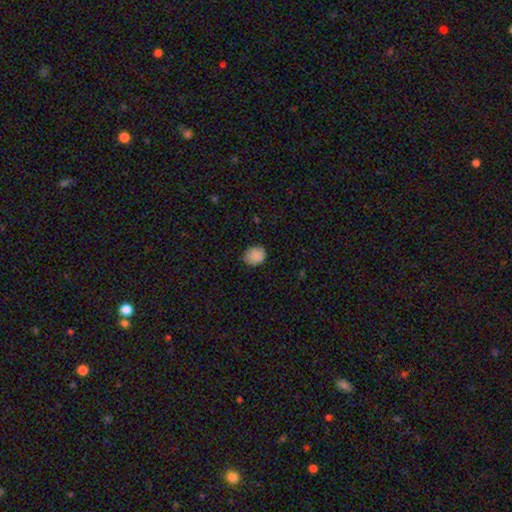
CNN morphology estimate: This appears to be a smooth galaxy with no disk features (86%) that is round (63%). Merging: none (76%).